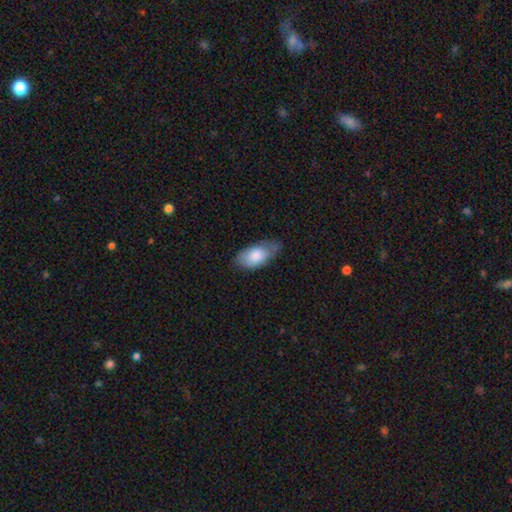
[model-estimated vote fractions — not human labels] smooth_or_featured: smooth (p=0.79) [alt: featured or disk p=0.15]
how_rounded: in between (p=0.92) [alt: cigar-shaped p=0.04]
merging: none (p=0.56) [alt: minor disturbance p=0.34]